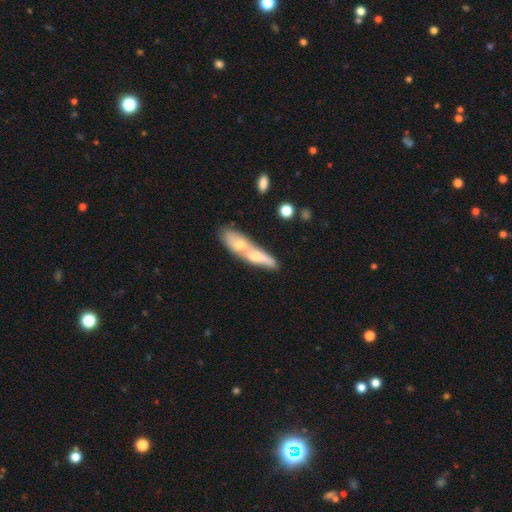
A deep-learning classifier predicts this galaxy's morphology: Smooth or featured? Predicted: smooth (p=0.47). Merging? Predicted: merger (p=0.56).